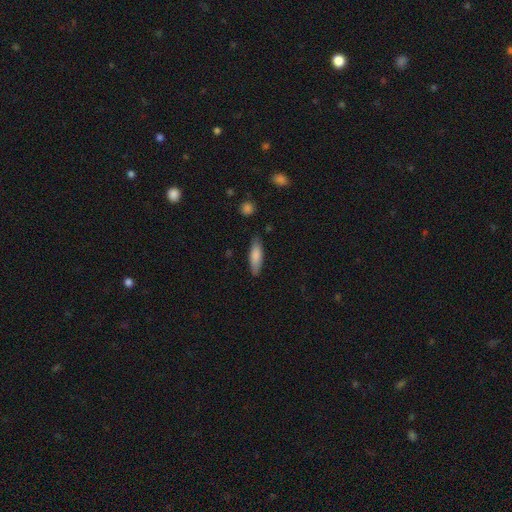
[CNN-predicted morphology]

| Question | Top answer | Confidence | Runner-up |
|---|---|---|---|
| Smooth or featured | smooth | 82% | featured or disk (12%) |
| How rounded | cigar-shaped | 54% | in between (44%) |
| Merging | none | 82% | minor disturbance (13%) |